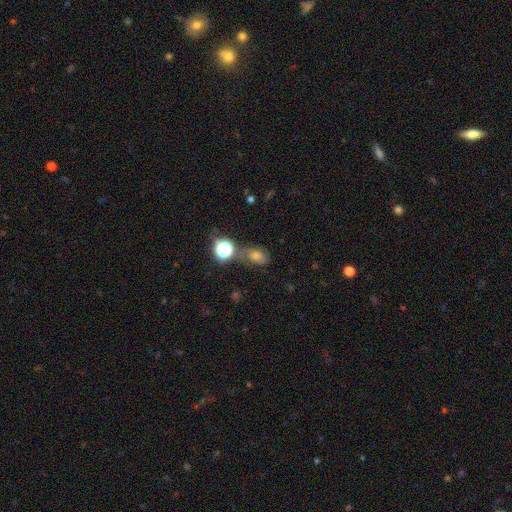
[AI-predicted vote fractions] smooth 43%, star or artifact 38%, featured or disk 20%. Down the decision tree: merging — none (63%).